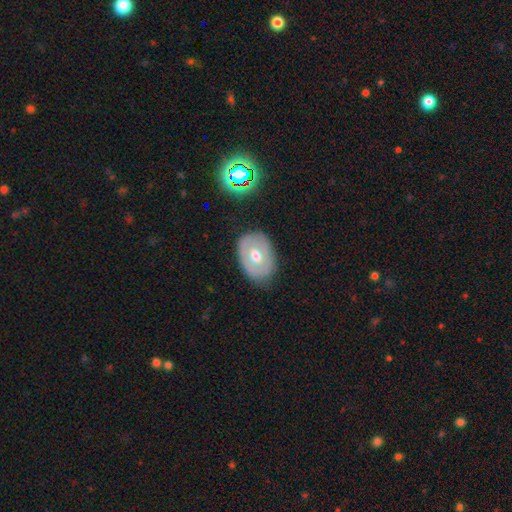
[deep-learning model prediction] Smooth or featured? Predicted: featured or disk (p=0.51). Edge-on disk? Predicted: no (p=0.92). Merging? Predicted: none (p=0.78).